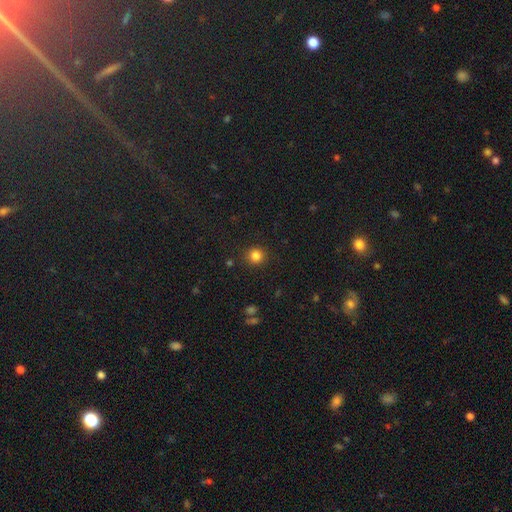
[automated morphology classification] smooth_or_featured: smooth (p=0.83) [alt: star or artifact p=0.13]
how_rounded: round (p=0.92) [alt: in between p=0.07]
merging: none (p=0.90) [alt: minor disturbance p=0.06]